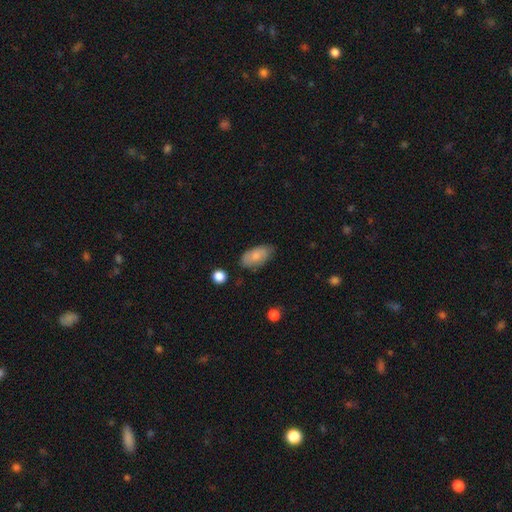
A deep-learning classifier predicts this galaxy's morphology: Smooth or featured?
  - smooth: 74% *
  - featured or disk: 19%
  - star or artifact: 6%
How rounded?
  - in between: 93% *
  - round: 4%
  - cigar-shaped: 3%
Merging?
  - none: 71% *
  - minor disturbance: 22%
  - major disturbance: 4%
  - merger: 2%